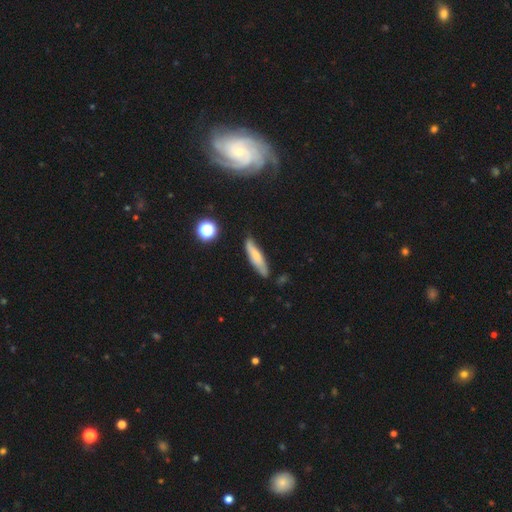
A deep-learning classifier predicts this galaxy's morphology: type=smooth (62%); roundness=cigar-shaped (75%); merging=none (70%).